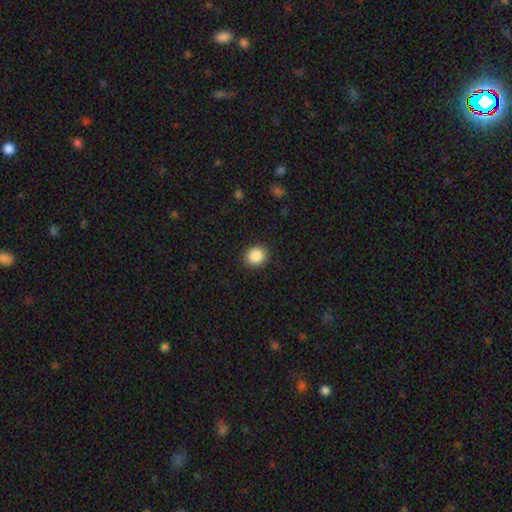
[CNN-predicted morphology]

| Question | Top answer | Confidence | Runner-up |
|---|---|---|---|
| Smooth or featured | smooth | 88% | star or artifact (8%) |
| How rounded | round | 78% | in between (21%) |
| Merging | none | 90% | minor disturbance (7%) |